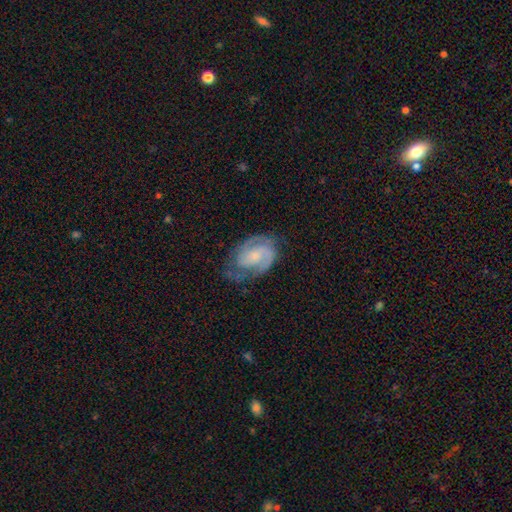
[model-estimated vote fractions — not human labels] Overall: featured or disk (81%). Edge-on disk: no (98%). Bar: no (54%; weak 37%). Spiral arms: yes (96%). Spiral arm count: 2 (80%). Spiral winding: tight (44%, tied with medium). Bulge size: small (51%; moderate 28%). Merging: none (65%).